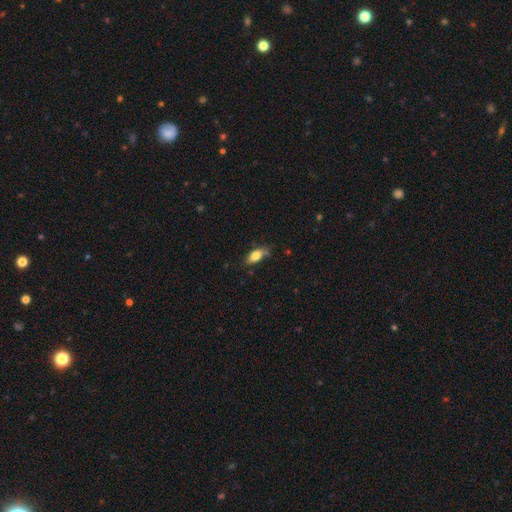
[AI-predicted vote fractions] A smooth galaxy with no disk features (78%) that is in between round and cigar-shaped (84%).

Vote fractions:
- Smooth or featured? smooth: 78% / featured or disk: 14% / star or artifact: 8%
- How rounded? in between: 84% / cigar-shaped: 12% / round: 4%
- Merging? none: 70% / minor disturbance: 22% / major disturbance: 4% / merger: 4%